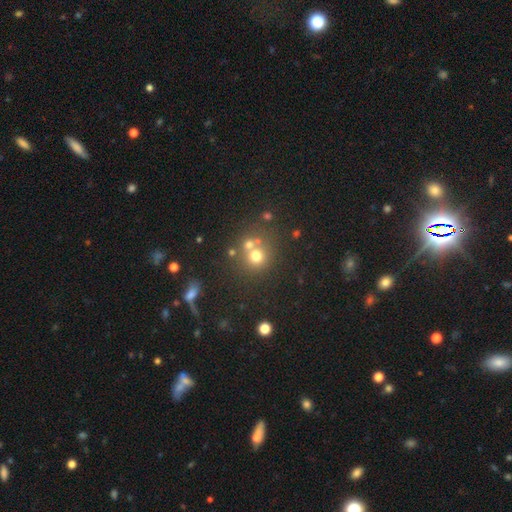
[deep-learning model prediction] A smooth galaxy with no disk features (67%) that is round (86%). Merging: none (54%).